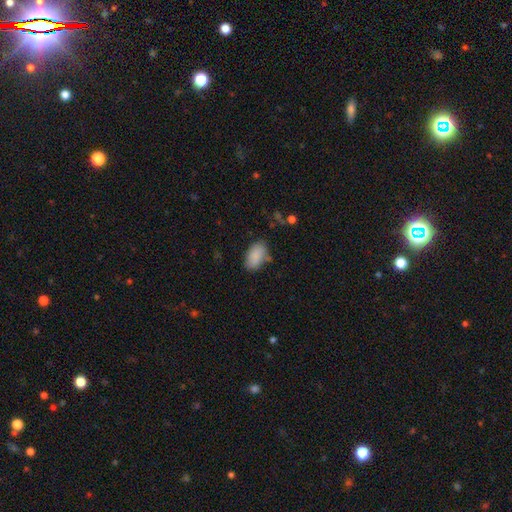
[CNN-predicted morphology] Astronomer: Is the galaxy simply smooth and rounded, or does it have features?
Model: smooth — 88%.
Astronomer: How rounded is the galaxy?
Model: in between — 93%.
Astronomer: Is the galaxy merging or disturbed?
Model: none — 73%.